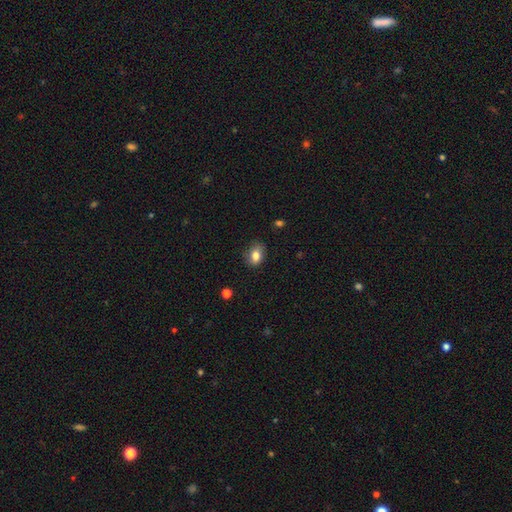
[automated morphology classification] Smooth or featured? Predicted: smooth (p=0.81). How rounded? Predicted: in between (p=0.75). Merging? Predicted: none (p=0.74).